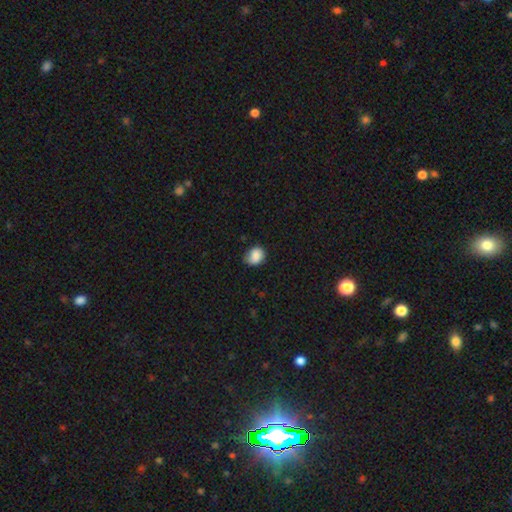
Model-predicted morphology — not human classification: This is clearly a smooth galaxy (85%). How rounded: possibly round (54%). Merging: likely none (66%).